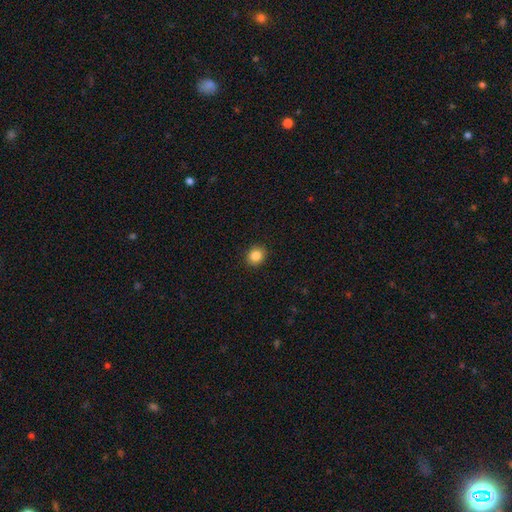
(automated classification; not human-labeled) A smooth galaxy with no disk features (85%) that is round (78%). Merging: none (91%).